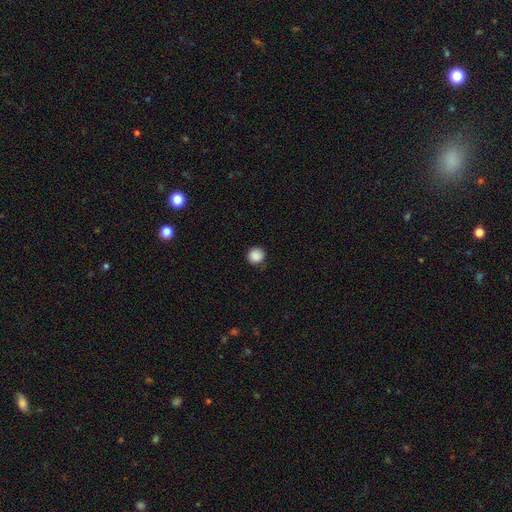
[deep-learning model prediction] Q: Smooth or featured?
A: smooth (88%); runner-up: star or artifact (9%)
Q: How rounded?
A: round (95%); runner-up: in between (4%)
Q: Merging?
A: none (88%); runner-up: minor disturbance (9%)